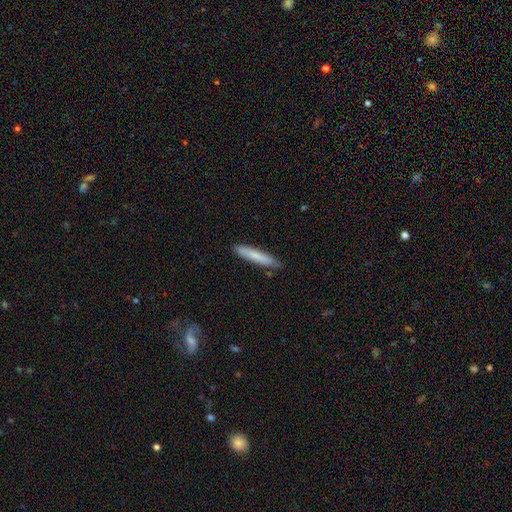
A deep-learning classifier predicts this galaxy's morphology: Smooth or featured? Predicted: smooth (p=0.76). How rounded? Predicted: cigar-shaped (p=0.93). Merging? Predicted: none (p=0.85).